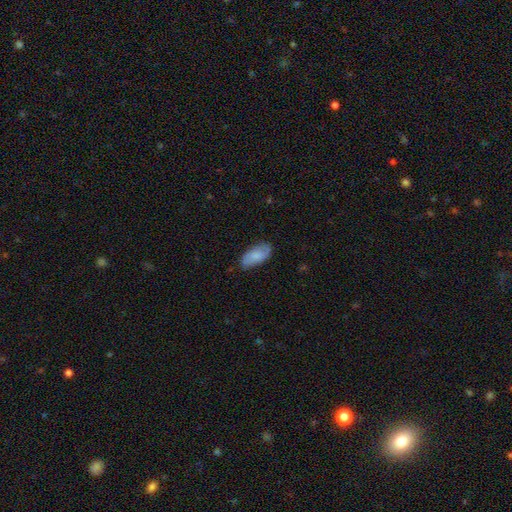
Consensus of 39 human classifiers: Overall: smooth (67%; featured or disk 31%). How rounded: in between (92%). Merging: none (84%).